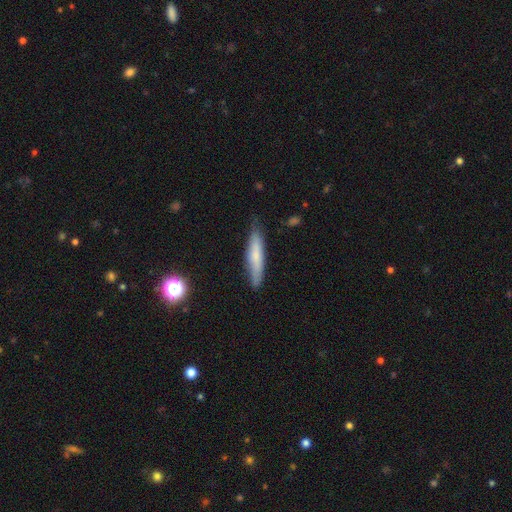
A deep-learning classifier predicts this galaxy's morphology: Overall: smooth (66%; featured or disk 27%). How rounded: cigar-shaped (85%). Merging: none (79%).